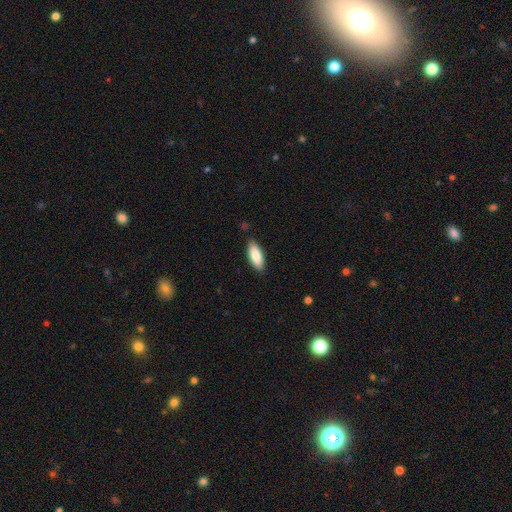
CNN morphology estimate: smooth-or-featured: smooth: 84% | featured or disk: 10% | star or artifact: 6%
  how-rounded: in between: 71% | cigar-shaped: 27% | round: 2%
  merging: none: 87% | minor disturbance: 10% | major disturbance: 2% | merger: 1%